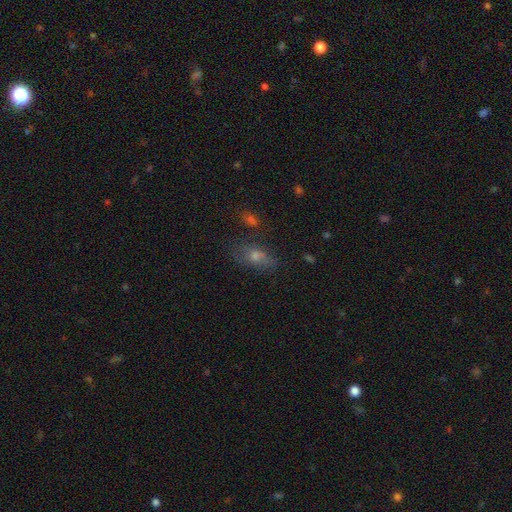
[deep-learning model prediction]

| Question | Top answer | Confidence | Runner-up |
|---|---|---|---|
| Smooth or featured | smooth | 49% | featured or disk (27%) |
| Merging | none | 65% | minor disturbance (20%) |